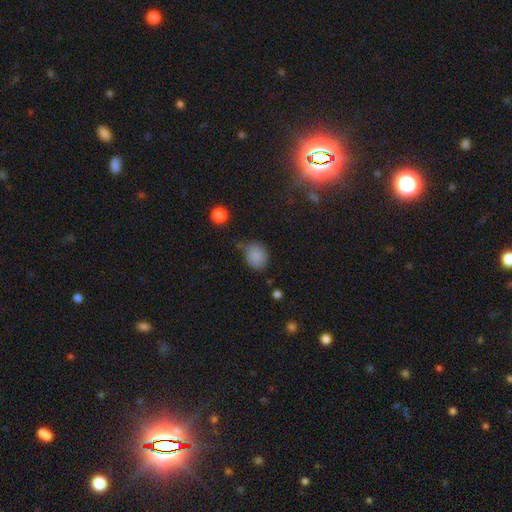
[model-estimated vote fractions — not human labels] smooth-or-featured: smooth: 86% | star or artifact: 10% | featured or disk: 4%
  how-rounded: round: 58% | in between: 41% | cigar-shaped: 1%
  merging: none: 64% | minor disturbance: 25% | major disturbance: 6% | merger: 5%